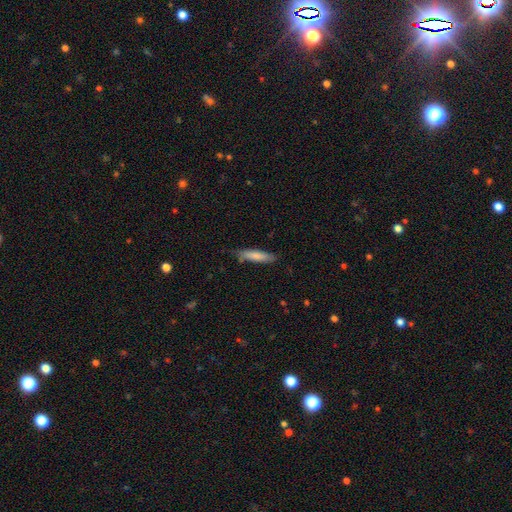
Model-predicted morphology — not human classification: A smooth galaxy with no disk features (78%) that is cigar-shaped (78%). Merging: none (73%).